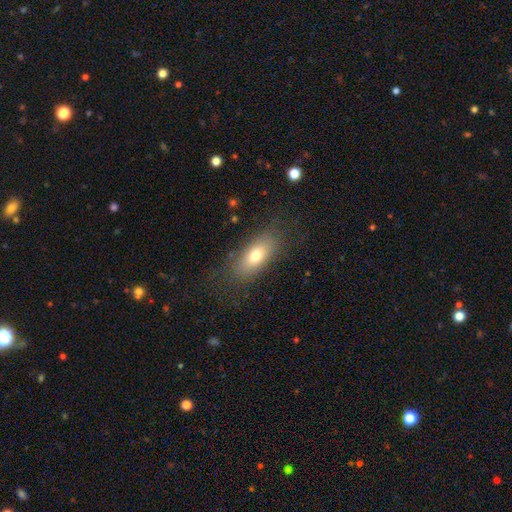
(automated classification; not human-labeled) Smooth or featured?
  - smooth: 71% *
  - featured or disk: 19%
  - star or artifact: 9%
How rounded?
  - in between: 82% *
  - cigar-shaped: 12%
  - round: 6%
Merging?
  - none: 79% *
  - minor disturbance: 13%
  - major disturbance: 7%
  - merger: 1%